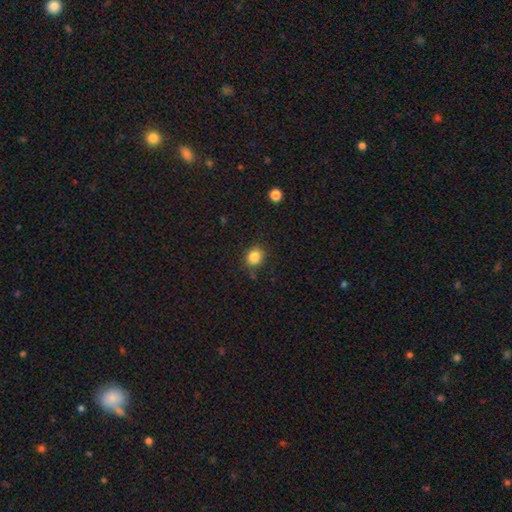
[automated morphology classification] This is clearly a smooth galaxy (84%). How rounded: likely round (70%). Merging: clearly none (83%).